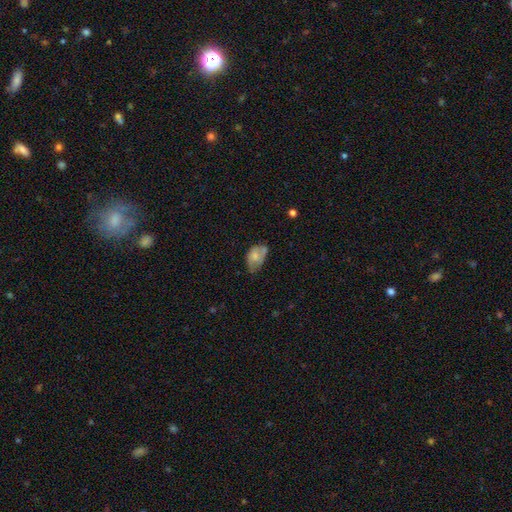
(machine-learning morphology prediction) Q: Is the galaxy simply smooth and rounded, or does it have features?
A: smooth — 65%.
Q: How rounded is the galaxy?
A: in between — 88%.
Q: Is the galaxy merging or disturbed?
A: minor disturbance — 39%.